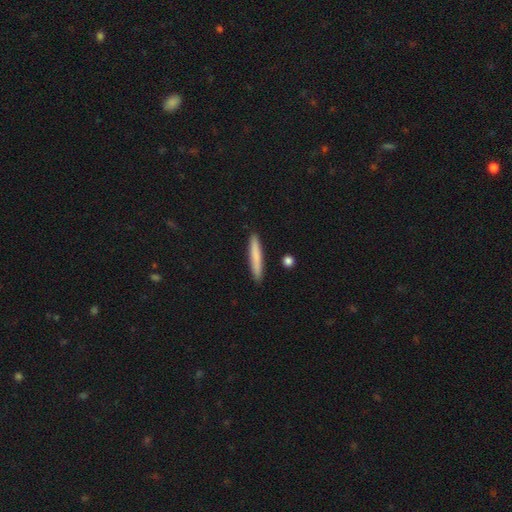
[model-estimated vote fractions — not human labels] Q: Smooth or featured?
A: smooth (77%); runner-up: featured or disk (17%)
Q: How rounded?
A: cigar-shaped (95%); runner-up: in between (4%)
Q: Merging?
A: none (90%); runner-up: minor disturbance (7%)